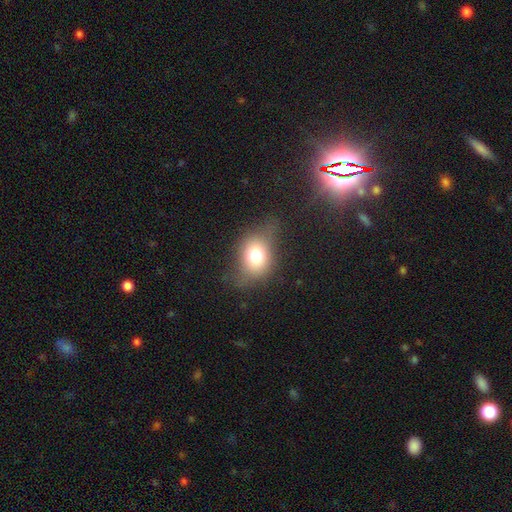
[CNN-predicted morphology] Smooth or featured: smooth — 70% (featured or disk — 18%)
How rounded: in between — 59% (round — 40%)
Merging: none — 56% (minor disturbance — 28%)